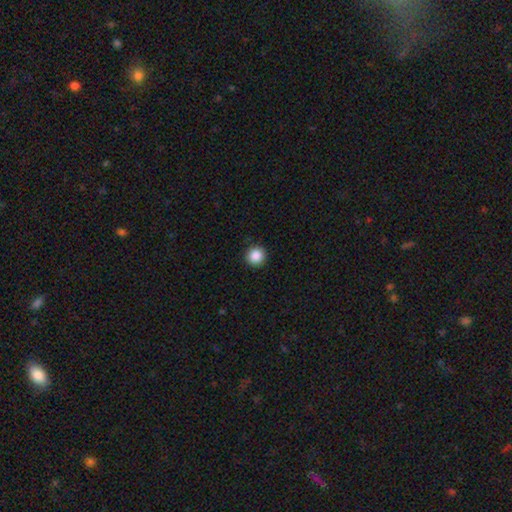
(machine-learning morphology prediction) This appears to be a smooth galaxy with no disk features (88%) that is round (95%). Merging: none (92%).